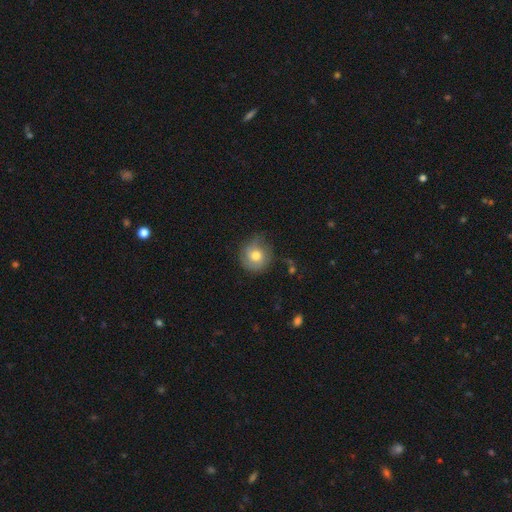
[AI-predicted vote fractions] The model was most divided on "merging": none: 68%, minor disturbance: 23%, major disturbance: 7%, merger: 2%. More confident: how rounded — round (89%); smooth or featured — smooth (69%).